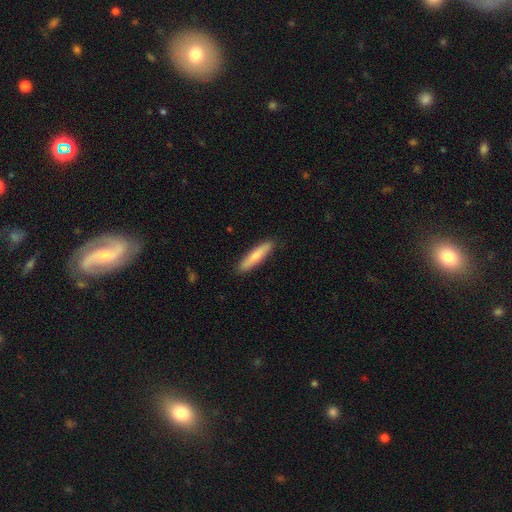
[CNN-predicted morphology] Smooth or featured? Predicted: smooth (p=0.73). How rounded? Predicted: cigar-shaped (p=0.87). Merging? Predicted: none (p=0.89).